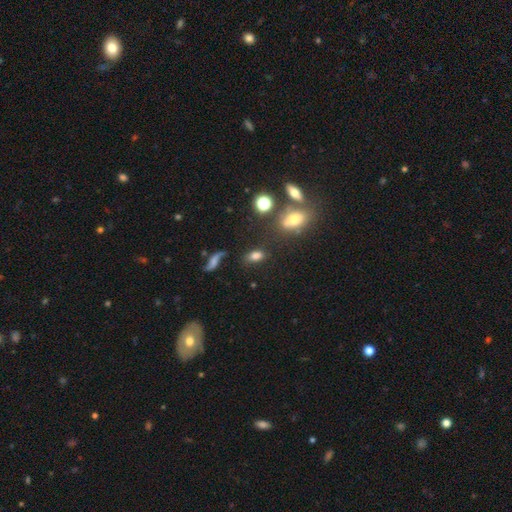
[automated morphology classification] Q: Smooth or featured?
A: smooth (76%); runner-up: star or artifact (14%)
Q: How rounded?
A: in between (80%); runner-up: round (15%)
Q: Merging?
A: none (67%); runner-up: minor disturbance (17%)